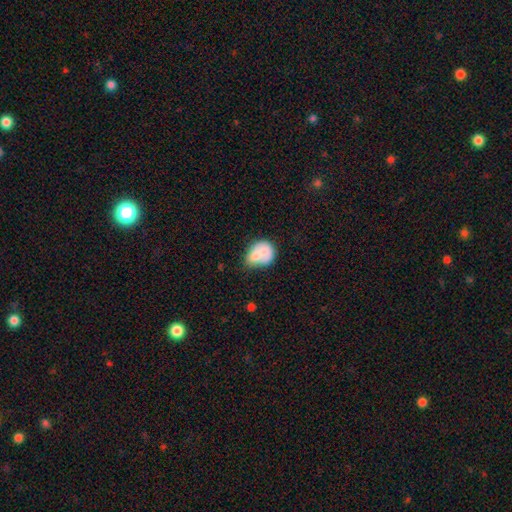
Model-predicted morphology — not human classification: The model was most divided on "how rounded": round: 51%, in between: 48%, cigar-shaped: 1%. Remaining: smooth or featured — smooth (70%); merging — none (35%).